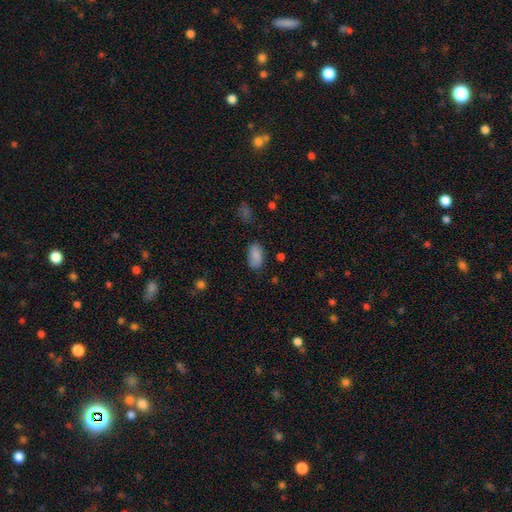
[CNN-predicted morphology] A smooth galaxy with no disk features (84%) that is in between round and cigar-shaped (93%).

Vote fractions:
- Smooth or featured? smooth: 84% / featured or disk: 8% / star or artifact: 8%
- How rounded? in between: 93% / round: 5% / cigar-shaped: 2%
- Merging? none: 75% / minor disturbance: 19% / major disturbance: 4% / merger: 2%